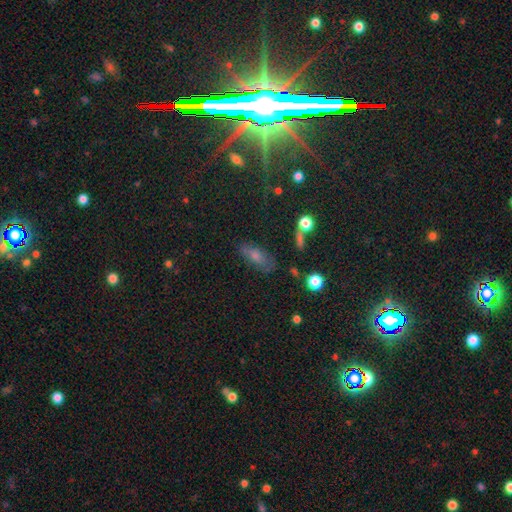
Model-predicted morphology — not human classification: This appears to be a smooth galaxy with no disk features (62%) that is in between round and cigar-shaped (73%). Merging: none (66%).